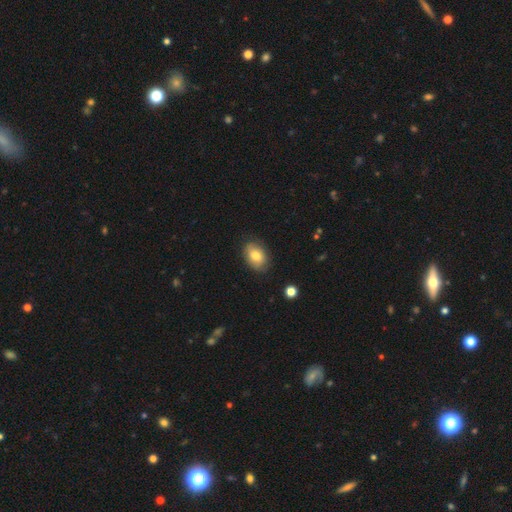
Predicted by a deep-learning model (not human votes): A smooth galaxy with no disk features (76%) that is in between round and cigar-shaped (84%).

Vote fractions:
- Smooth or featured? smooth: 76% / featured or disk: 17% / star or artifact: 7%
- How rounded? in between: 84% / round: 15% / cigar-shaped: 1%
- Merging? none: 81% / minor disturbance: 15% / major disturbance: 3% / merger: 1%